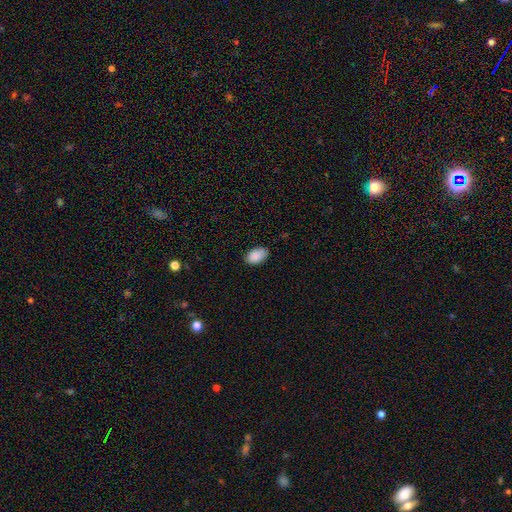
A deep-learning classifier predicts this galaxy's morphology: Smooth or featured?
  - smooth: 90% *
  - star or artifact: 7%
  - featured or disk: 3%
How rounded?
  - in between: 93% *
  - round: 6%
  - cigar-shaped: 1%
Merging?
  - none: 83% *
  - minor disturbance: 14%
  - major disturbance: 2%
  - merger: 1%